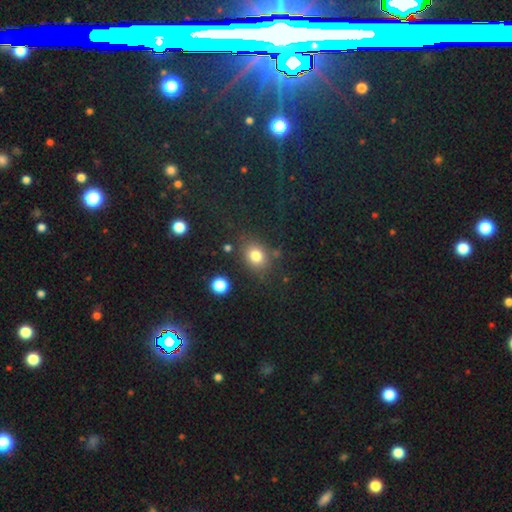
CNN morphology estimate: Overall: smooth (78%). How rounded: round (55%; in between 44%). Merging: none (77%).